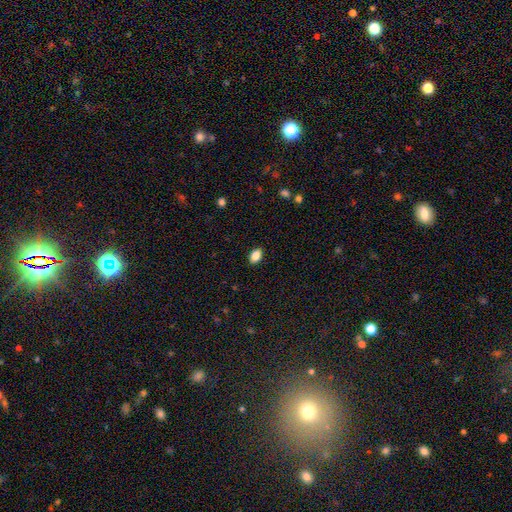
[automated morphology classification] Smooth or featured? smooth (86%)
How rounded? in between (83%)
Merging? none (89%)